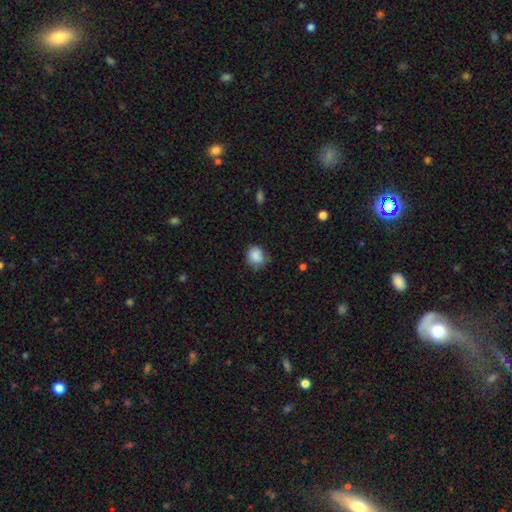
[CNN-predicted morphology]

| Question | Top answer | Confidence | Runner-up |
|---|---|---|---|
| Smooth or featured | smooth | 85% | star or artifact (9%) |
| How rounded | round | 78% | in between (21%) |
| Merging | none | 61% | minor disturbance (30%) |